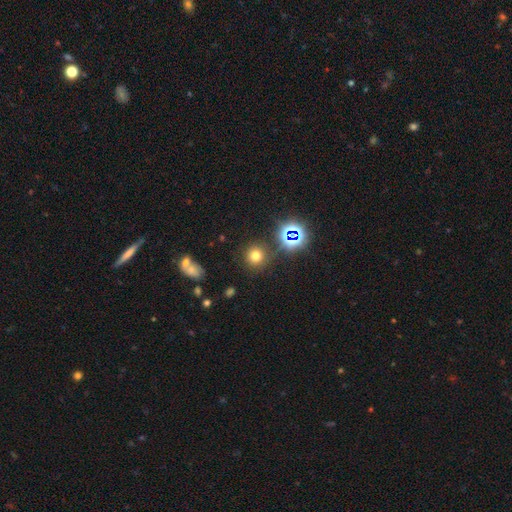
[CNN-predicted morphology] Smooth or featured: smooth — 68% (star or artifact — 24%)
How rounded: round — 90% (in between — 9%)
Merging: none — 83% (minor disturbance — 8%)